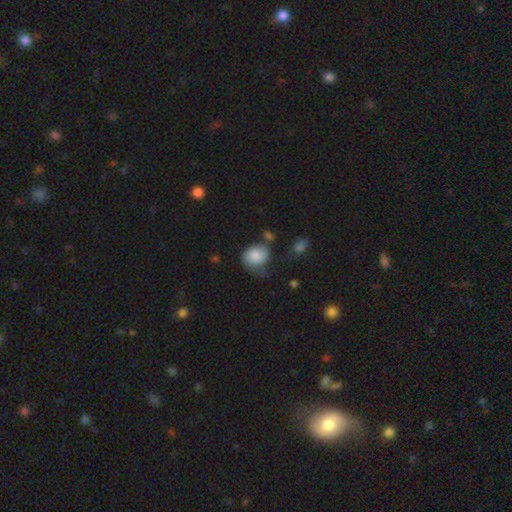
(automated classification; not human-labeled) The model was most divided on "merging" (2-way tie): none: 34%, minor disturbance: 34%, major disturbance: 25%, merger: 7%. More confident: smooth or featured — smooth (73%); how rounded — round (54%).